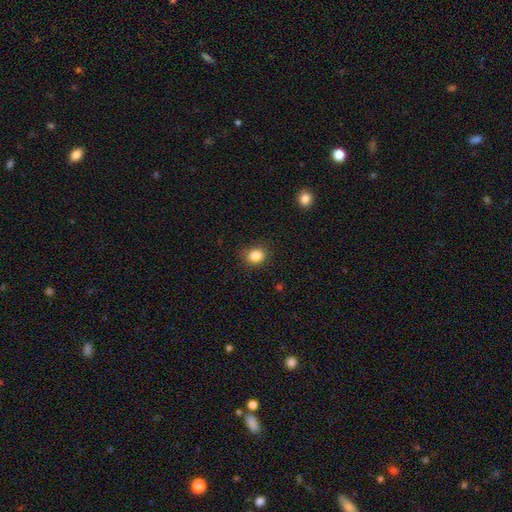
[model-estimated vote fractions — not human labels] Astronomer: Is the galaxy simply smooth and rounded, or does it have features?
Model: smooth — 85%.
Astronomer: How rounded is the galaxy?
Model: round — 60% (runner-up: in between, 39%).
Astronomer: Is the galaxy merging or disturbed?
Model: none — 83%.